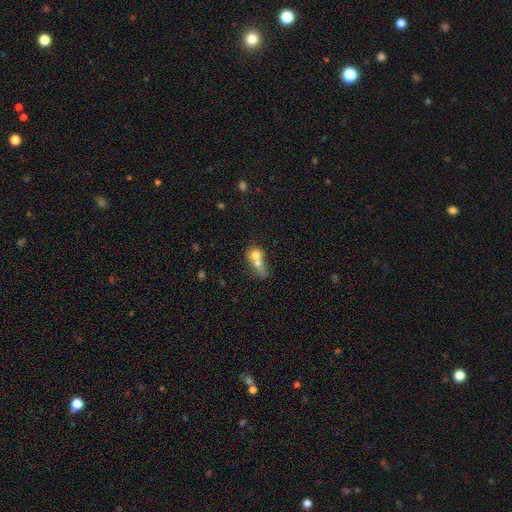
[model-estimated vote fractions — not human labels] smooth_or_featured: smooth (p=0.66) [alt: featured or disk p=0.24]
how_rounded: round (p=0.54) [alt: in between p=0.41]
merging: merger (p=0.73) [alt: none p=0.15]